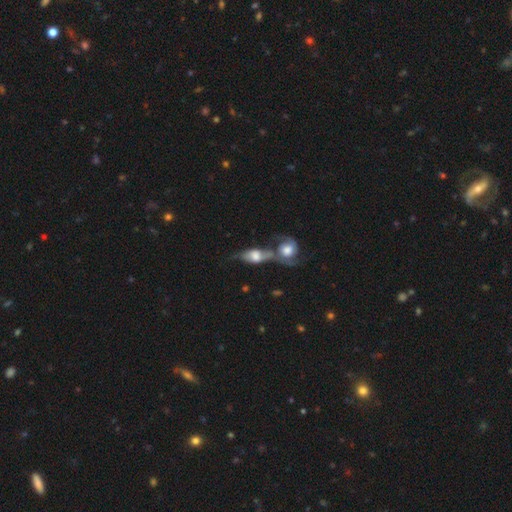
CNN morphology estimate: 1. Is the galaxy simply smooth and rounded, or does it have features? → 55% featured or disk, 37% smooth, 8% star or artifact.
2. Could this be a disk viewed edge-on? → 75% no, 25% yes.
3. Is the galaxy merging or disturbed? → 68% merger, 16% none, 8% minor disturbance, 8% major disturbance.